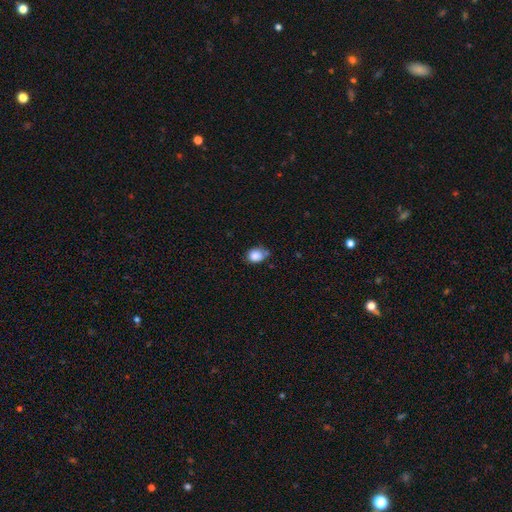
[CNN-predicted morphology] This is clearly a smooth galaxy (85%). How rounded: possibly round (57%). Merging: possibly none (55%).